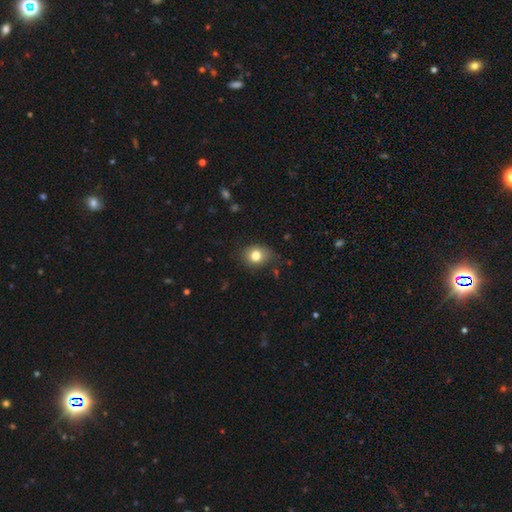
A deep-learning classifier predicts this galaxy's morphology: Smooth or featured? smooth (80%)
How rounded? round (57%)
Merging? none (72%)